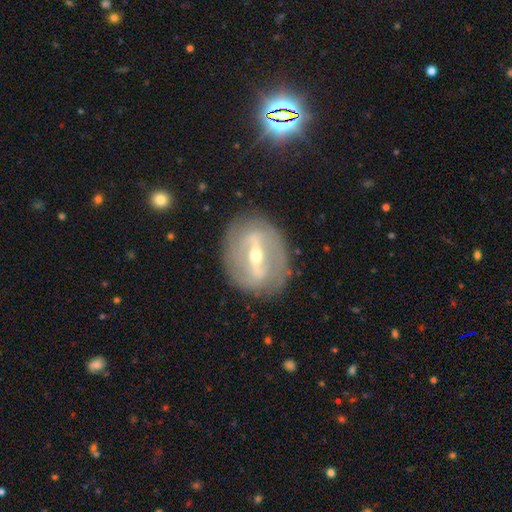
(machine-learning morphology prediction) smooth_or_featured: featured or disk (p=0.81) [alt: smooth p=0.12]
disk_edge_on: no (p=0.85) [alt: yes p=0.15]
bar: strong (p=0.76) [alt: weak p=0.18]
has_spiral_arms: no (p=0.50) [tied with: yes p=0.50]
bulge_size: moderate (p=0.53) [alt: small p=0.43]
merging: none (p=0.82) [alt: minor disturbance p=0.12]